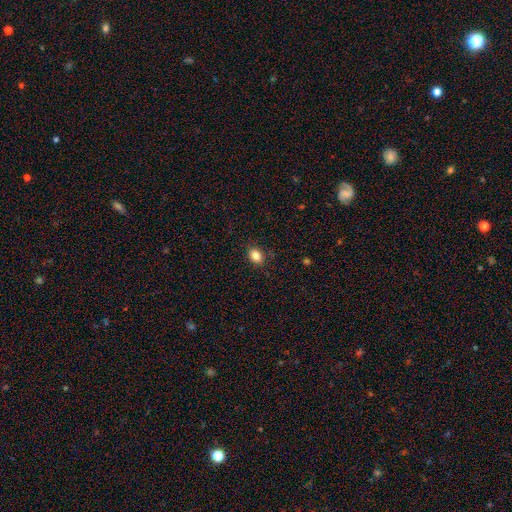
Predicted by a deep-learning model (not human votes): smooth 85%, star or artifact 10%, featured or disk 6%. Down the decision tree: how rounded — in between (73%); merging — none (87%).